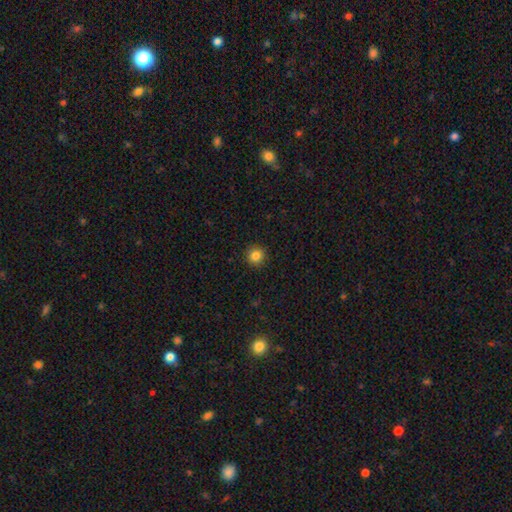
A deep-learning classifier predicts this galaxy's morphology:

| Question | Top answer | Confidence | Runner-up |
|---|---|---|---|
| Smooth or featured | smooth | 84% | star or artifact (11%) |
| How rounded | round | 94% | in between (5%) |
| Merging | none | 92% | minor disturbance (5%) |